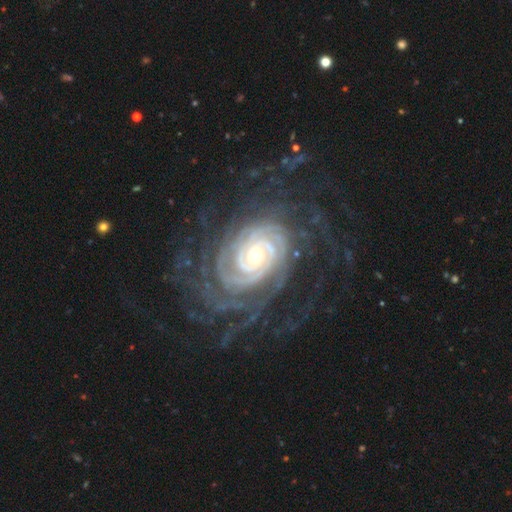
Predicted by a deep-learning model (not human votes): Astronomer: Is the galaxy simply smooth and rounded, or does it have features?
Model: featured or disk — 92%.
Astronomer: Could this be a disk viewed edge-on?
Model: no — 97%.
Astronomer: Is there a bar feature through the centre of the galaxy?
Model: no — 58%.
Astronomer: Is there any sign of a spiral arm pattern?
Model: yes — 99%.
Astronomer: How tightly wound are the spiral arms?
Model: tight — 83%.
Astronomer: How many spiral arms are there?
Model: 2 — 22% (runner-up: can't tell, 20%).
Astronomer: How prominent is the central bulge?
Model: small — 50% (runner-up: moderate, 45%).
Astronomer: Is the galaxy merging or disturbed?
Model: none — 70%.